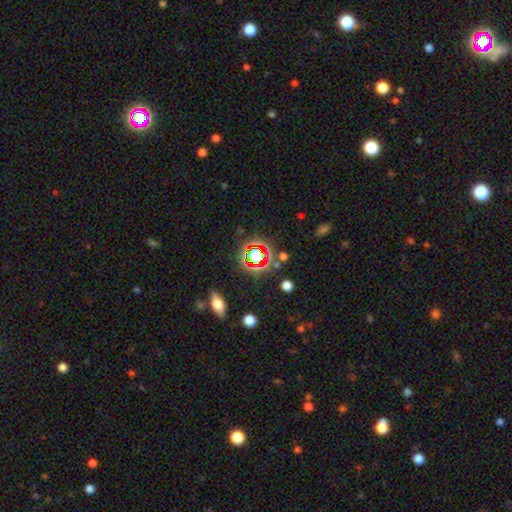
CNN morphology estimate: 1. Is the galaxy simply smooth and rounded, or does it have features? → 61% star or artifact, 25% smooth, 14% featured or disk.